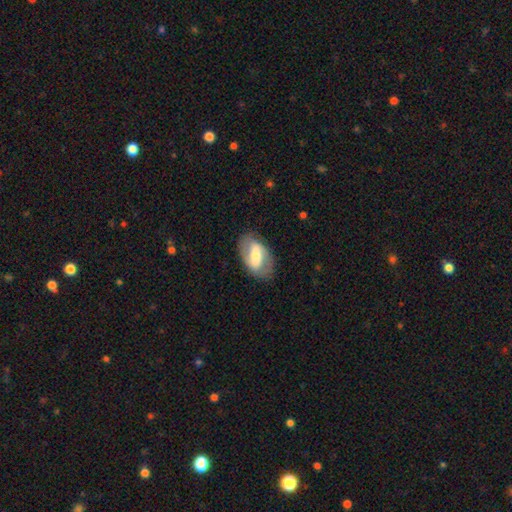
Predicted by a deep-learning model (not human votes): featured or disk 64%, smooth 31%, star or artifact 6%. Down the decision tree: edge-on disk — no (94%); bar — strong (50%); spiral arms — yes (73%); bulge size — moderate (52%); merging — none (80%).